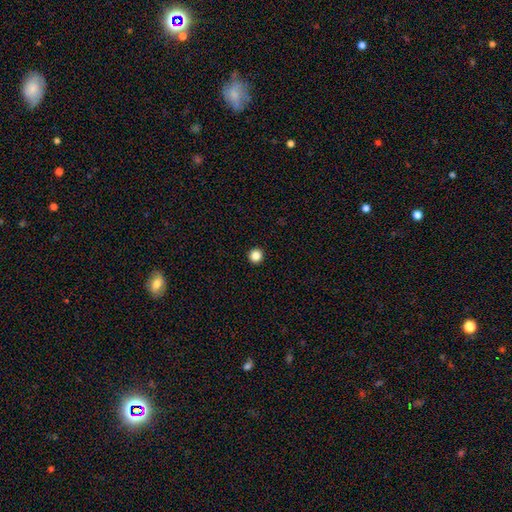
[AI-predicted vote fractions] Overall: smooth (86%). How rounded: round (97%). Merging: none (95%).